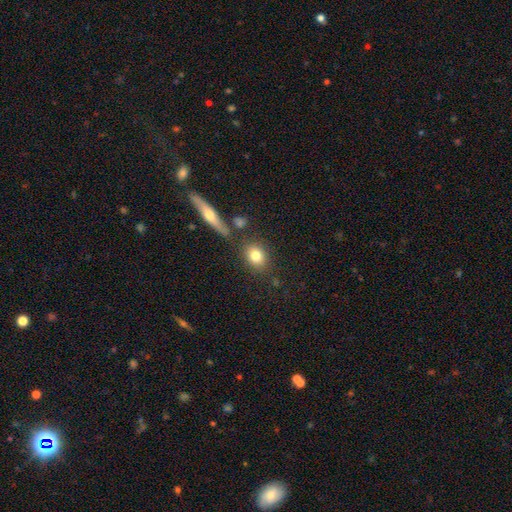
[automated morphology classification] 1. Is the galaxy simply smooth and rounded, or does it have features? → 79% smooth, 12% featured or disk, 9% star or artifact.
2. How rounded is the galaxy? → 51% round, 46% in between, 3% cigar-shaped.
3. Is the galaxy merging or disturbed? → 77% none, 11% minor disturbance, 8% merger, 4% major disturbance.